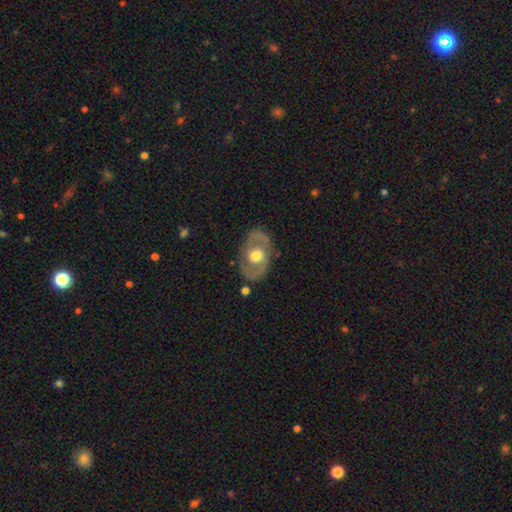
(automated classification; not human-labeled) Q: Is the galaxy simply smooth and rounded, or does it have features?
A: featured or disk — 69%.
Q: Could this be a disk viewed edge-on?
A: no — 93%.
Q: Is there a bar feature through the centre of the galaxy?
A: no — 74%.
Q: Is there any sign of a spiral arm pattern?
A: yes — 51%.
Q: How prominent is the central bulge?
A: moderate — 64%.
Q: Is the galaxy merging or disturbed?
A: none — 79%.